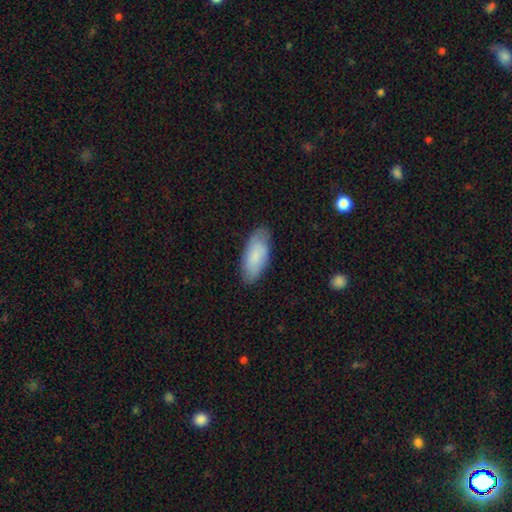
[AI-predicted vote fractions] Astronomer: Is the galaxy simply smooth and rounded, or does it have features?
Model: smooth — 78%.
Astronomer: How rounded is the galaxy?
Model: in between — 87%.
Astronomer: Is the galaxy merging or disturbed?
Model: none — 80%.